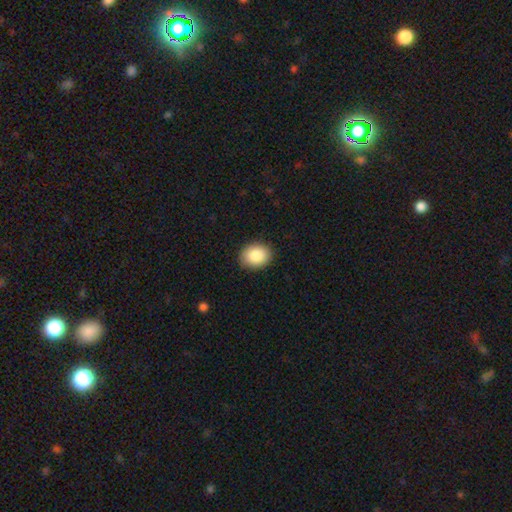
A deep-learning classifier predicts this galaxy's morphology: A smooth galaxy with no disk features (87%) that is in between round and cigar-shaped (57%). Merging: none (89%).